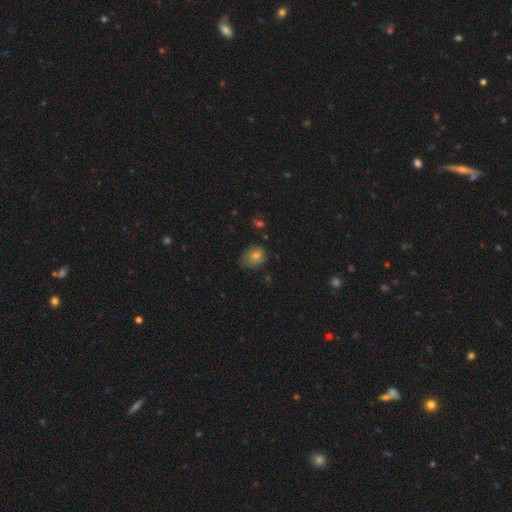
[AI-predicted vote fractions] Smooth or featured?
  - smooth: 67% *
  - featured or disk: 20%
  - star or artifact: 13%
How rounded?
  - in between: 53% *
  - round: 46%
  - cigar-shaped: 1%
Merging?
  - none: 59% *
  - minor disturbance: 30%
  - major disturbance: 9%
  - merger: 2%